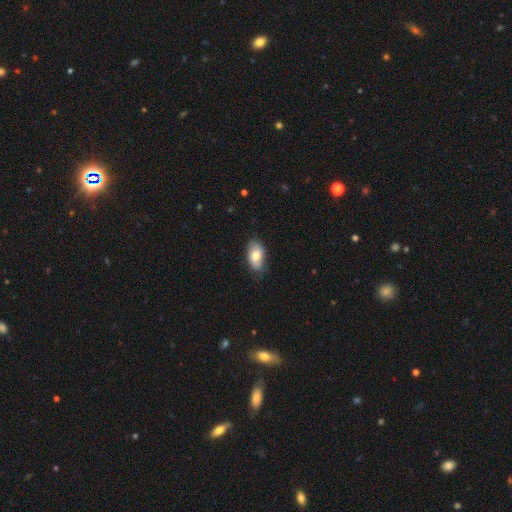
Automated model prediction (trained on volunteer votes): Overall: smooth (76%). How rounded: in between (93%). Merging: none (78%).